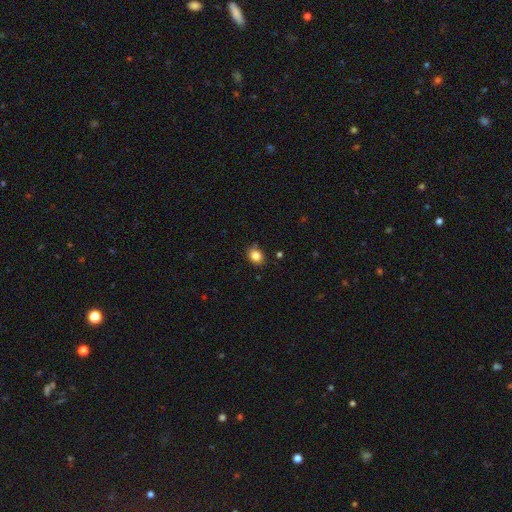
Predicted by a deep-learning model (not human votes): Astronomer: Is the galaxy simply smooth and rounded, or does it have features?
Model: smooth — 84%.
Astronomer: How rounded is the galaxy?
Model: round — 56% (runner-up: in between, 43%).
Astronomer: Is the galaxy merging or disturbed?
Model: none — 82%.